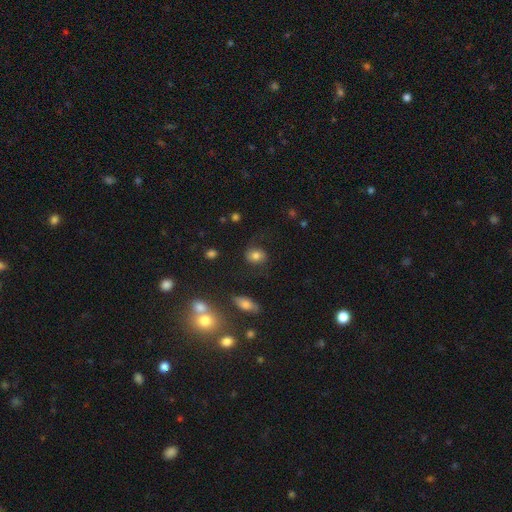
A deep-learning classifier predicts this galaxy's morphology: Smooth or featured? Predicted: smooth (p=0.73). How rounded? Predicted: round (p=0.51). Merging? Predicted: none (p=0.73).